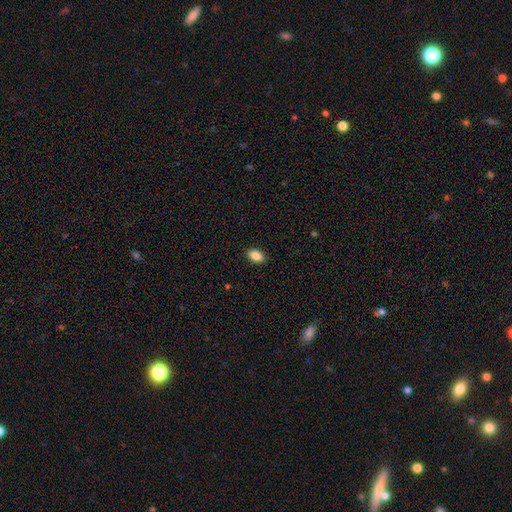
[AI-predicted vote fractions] A smooth galaxy with no disk features (87%) that is in between round and cigar-shaped (88%). Merging: none (89%).